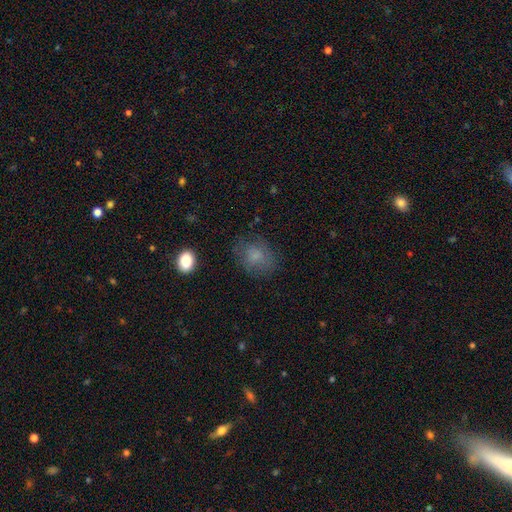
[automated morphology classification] type=smooth (74%); roundness=in between (51%); merging=none (68%).